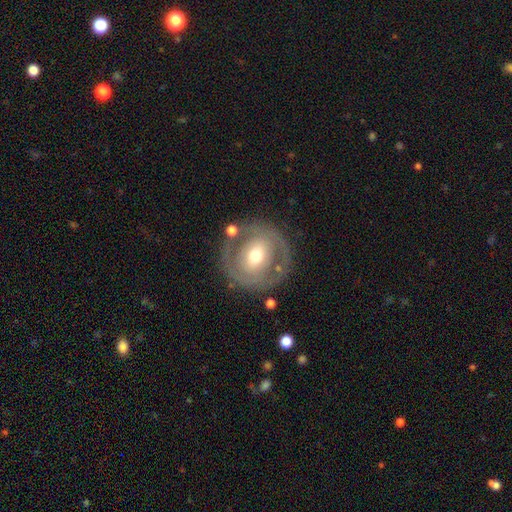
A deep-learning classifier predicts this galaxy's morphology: A featured or disk galaxy (60%) with no bar (42%), no spiral arms (60%) and a moderate central bulge (68%).

Vote fractions:
- Smooth or featured? featured or disk: 60% / smooth: 33% / star or artifact: 6%
- Edge-on disk? no: 95% / yes: 5%
- Bar? no: 42% / weak: 35% / strong: 23%
- Spiral arms? no: 60% / yes: 40%
- Bulge size? moderate: 68% / small: 19% / large: 10% / dominant: 1% / none: 1%
- Merging? none: 76% / minor disturbance: 13% / major disturbance: 7% / merger: 4%